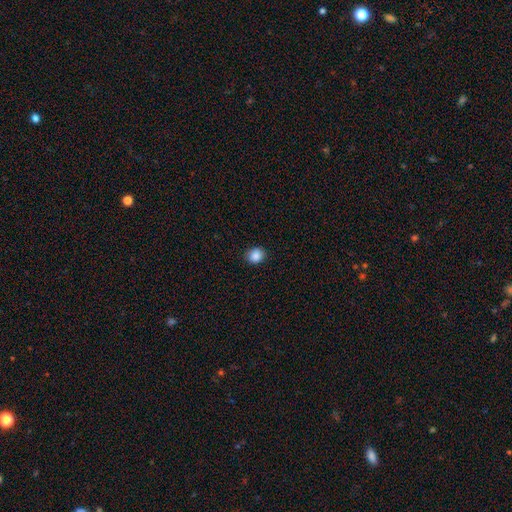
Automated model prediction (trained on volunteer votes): This is clearly a smooth galaxy (88%). How rounded: likely round (78%). Merging: clearly none (90%).